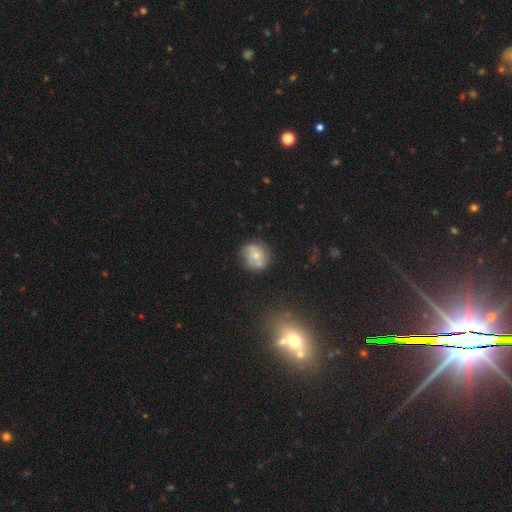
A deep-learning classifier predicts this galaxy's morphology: Smooth or featured: smooth — 53% (featured or disk — 38%)
How rounded: round — 77% (in between — 21%)
Merging: none — 56% (merger — 19%)